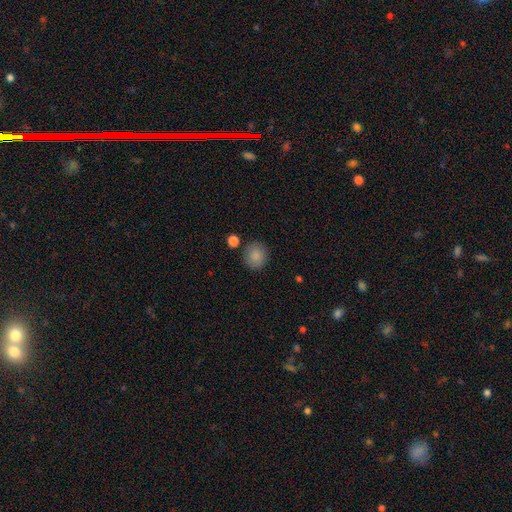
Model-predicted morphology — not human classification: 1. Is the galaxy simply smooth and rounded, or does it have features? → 87% smooth, 8% star or artifact, 5% featured or disk.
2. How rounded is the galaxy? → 85% round, 14% in between, 1% cigar-shaped.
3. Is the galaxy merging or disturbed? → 86% none, 8% minor disturbance, 3% merger, 2% major disturbance.